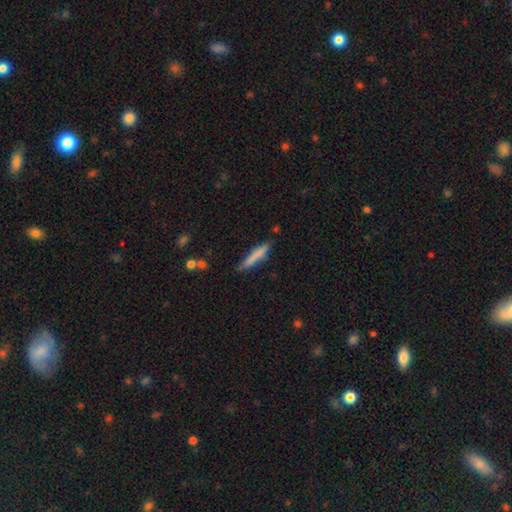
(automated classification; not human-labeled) Morphology: type=smooth (73%); roundness=cigar-shaped (92%); merging=none (80%).